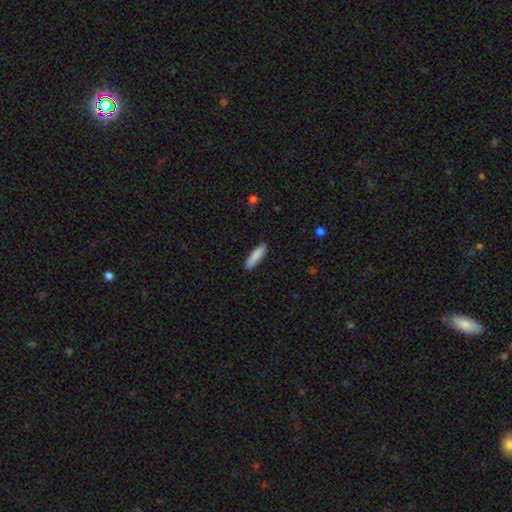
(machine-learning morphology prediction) A smooth galaxy with no disk features (87%) that is cigar-shaped (75%). Merging: none (89%).